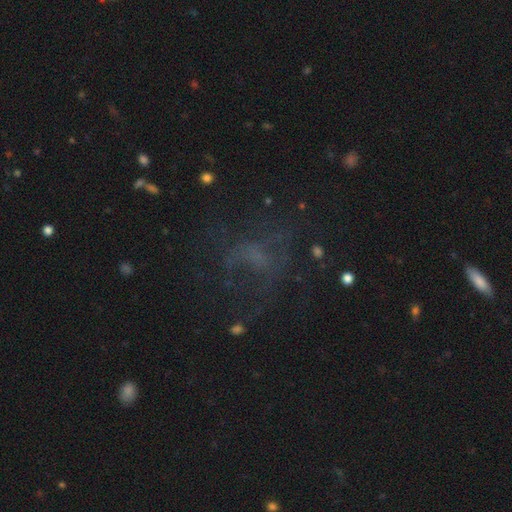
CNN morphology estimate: A featured or disk galaxy (38%).

Vote fractions:
- Smooth or featured? featured or disk: 38% / star or artifact: 34% / smooth: 28%
- Merging? none: 53% / major disturbance: 28% / minor disturbance: 17% / merger: 3%